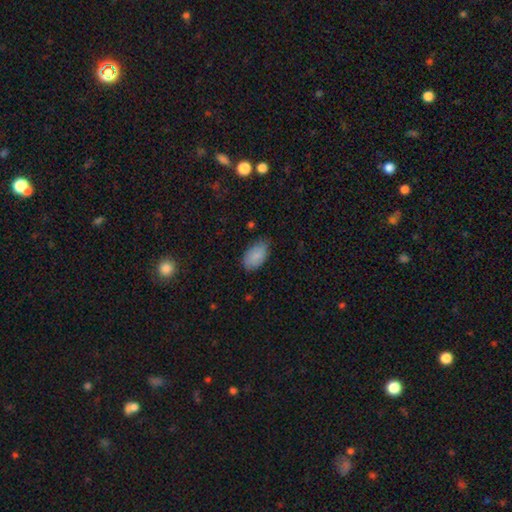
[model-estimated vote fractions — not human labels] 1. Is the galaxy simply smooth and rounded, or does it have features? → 87% smooth, 7% star or artifact, 6% featured or disk.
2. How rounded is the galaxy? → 94% in between, 5% round, 2% cigar-shaped.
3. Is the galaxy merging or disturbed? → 71% none, 24% minor disturbance, 4% major disturbance, 1% merger.